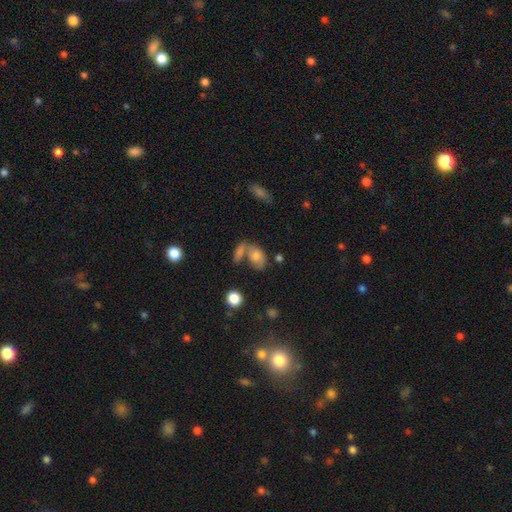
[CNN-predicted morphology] Q: Smooth or featured?
A: smooth (70%); runner-up: featured or disk (19%)
Q: How rounded?
A: in between (83%); runner-up: round (14%)
Q: Merging?
A: merger (40%); runner-up: none (35%)